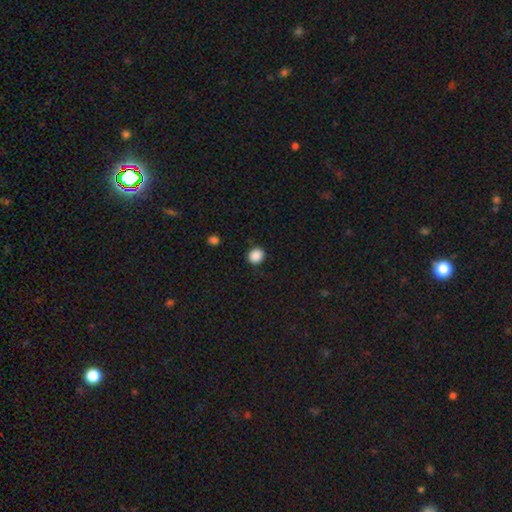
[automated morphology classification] Smooth or featured?
  - smooth: 88% *
  - star or artifact: 10%
  - featured or disk: 2%
How rounded?
  - round: 79% *
  - in between: 20%
  - cigar-shaped: 1%
Merging?
  - none: 86% *
  - minor disturbance: 10%
  - major disturbance: 3%
  - merger: 1%